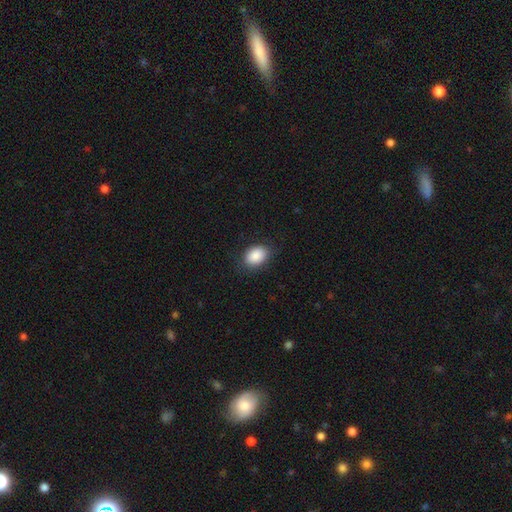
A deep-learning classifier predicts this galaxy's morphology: Smooth or featured: smooth — 88% (star or artifact — 7%)
How rounded: in between — 77% (round — 22%)
Merging: none — 82% (minor disturbance — 14%)